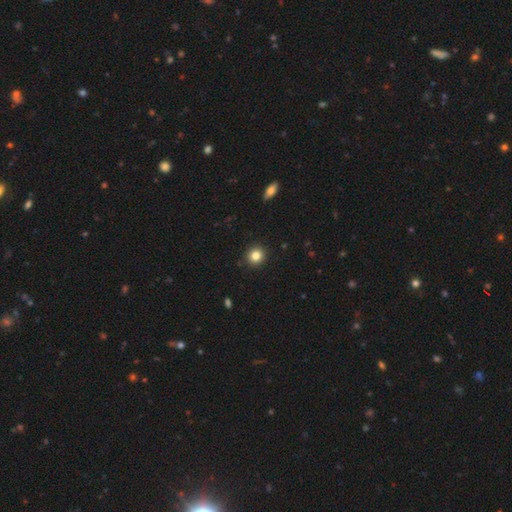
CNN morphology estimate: Q: Smooth or featured?
A: smooth (83%); runner-up: star or artifact (11%)
Q: How rounded?
A: round (89%); runner-up: in between (10%)
Q: Merging?
A: none (92%); runner-up: minor disturbance (6%)